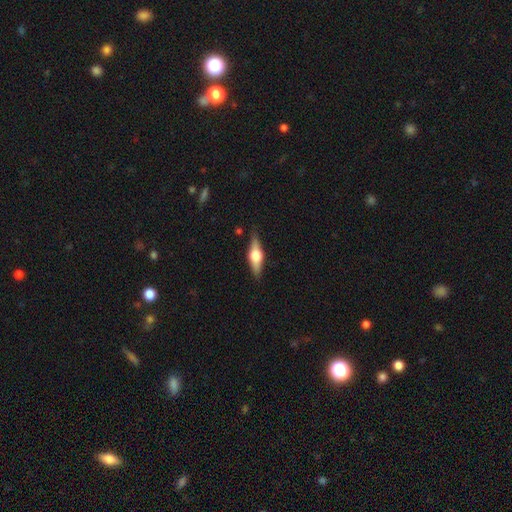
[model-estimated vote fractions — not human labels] Morphology: type=featured or disk (66%); edge-on=yes (96%); edge-on bulge=rounded (94%); merging=none (86%).